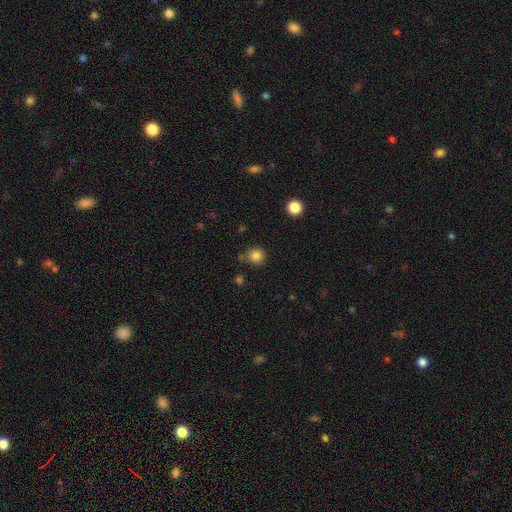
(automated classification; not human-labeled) The model was most divided on "merging": none: 79%, minor disturbance: 12%, merger: 6%, major disturbance: 3%. More confident: how rounded — round (91%); smooth or featured — smooth (84%).